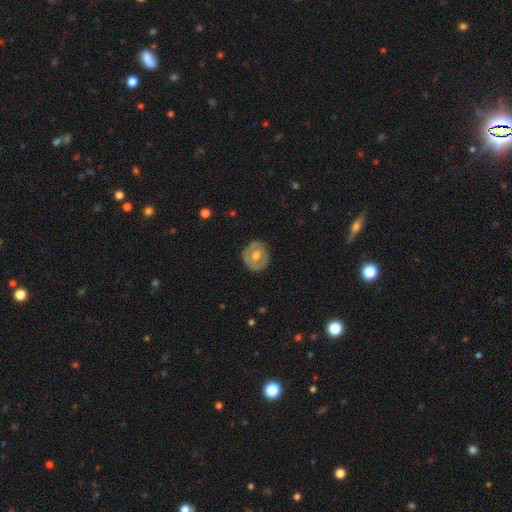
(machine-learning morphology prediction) Smooth or featured? Predicted: featured or disk (p=0.54). Edge-on disk? Predicted: no (p=0.95). Bar? Predicted: no (p=0.72). Spiral arms? Predicted: no (p=0.74). Bulge size? Predicted: moderate (p=0.79). Merging? Predicted: none (p=0.83).